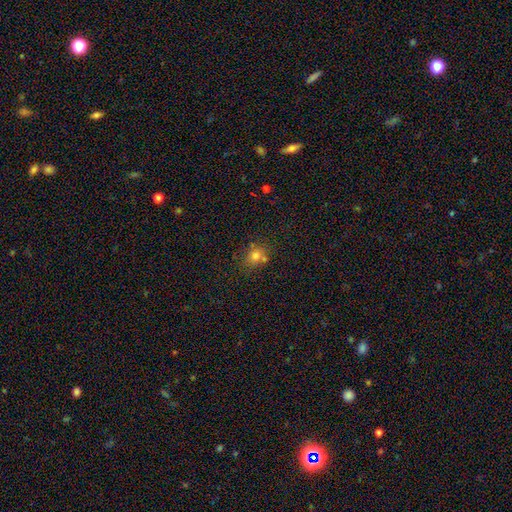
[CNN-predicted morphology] A smooth galaxy with no disk features (69%) that is round (65%).

Vote fractions:
- Smooth or featured? smooth: 69% / star or artifact: 19% / featured or disk: 12%
- How rounded? round: 65% / in between: 34% / cigar-shaped: 1%
- Merging? none: 61% / merger: 21% / minor disturbance: 13% / major disturbance: 4%